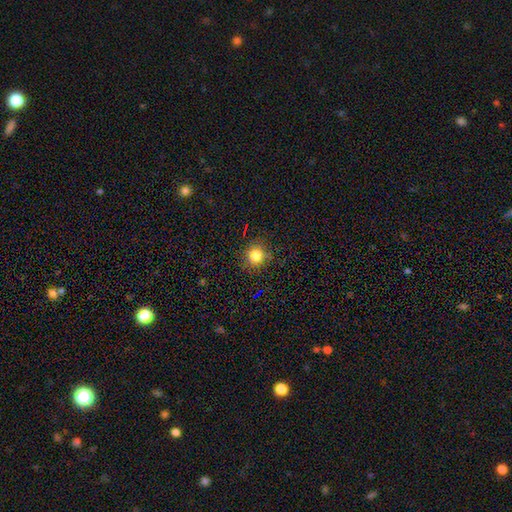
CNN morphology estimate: A smooth galaxy with no disk features (81%) that is round (91%).

Vote fractions:
- Smooth or featured? smooth: 81% / star or artifact: 14% / featured or disk: 5%
- How rounded? round: 91% / in between: 8% / cigar-shaped: 1%
- Merging? none: 86% / minor disturbance: 10% / major disturbance: 3% / merger: 1%